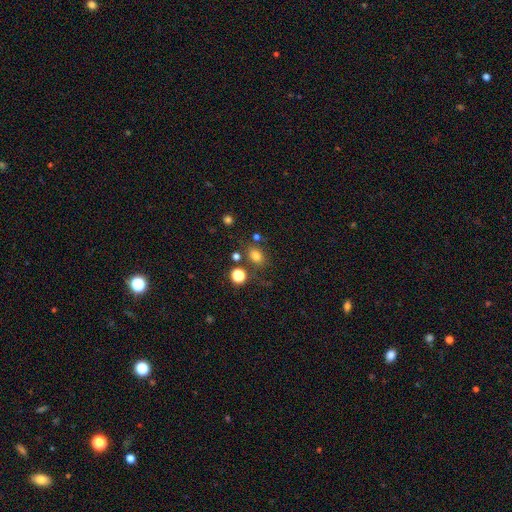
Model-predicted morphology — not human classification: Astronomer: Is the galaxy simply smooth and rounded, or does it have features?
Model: smooth — 77%.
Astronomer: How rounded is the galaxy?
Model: in between — 61% (runner-up: round, 38%).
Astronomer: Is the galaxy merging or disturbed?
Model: none — 71%.